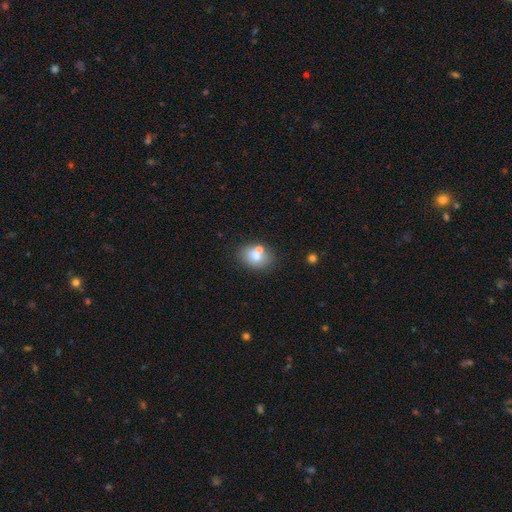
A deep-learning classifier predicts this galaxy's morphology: Overall: smooth (71%). How rounded: in between (60%; round 39%). Merging: none (63%).